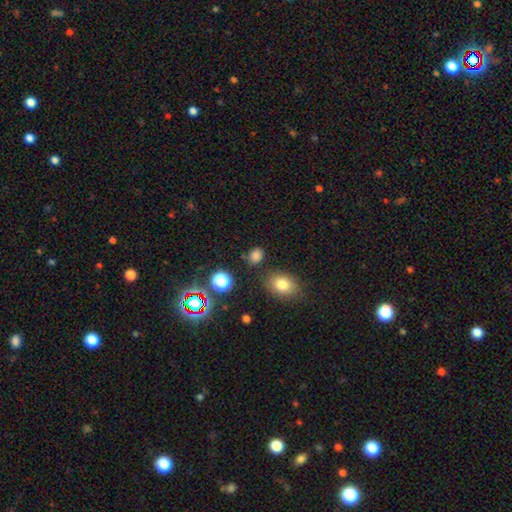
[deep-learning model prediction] Smooth or featured: smooth — 75% (star or artifact — 19%)
How rounded: round — 53% (in between — 46%)
Merging: none — 81% (minor disturbance — 11%)